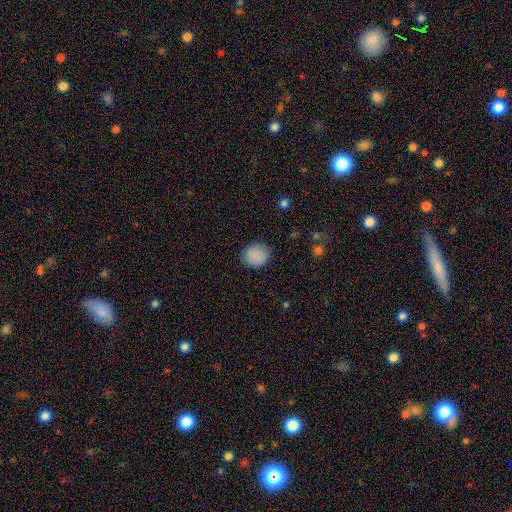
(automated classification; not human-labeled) Smooth or featured?
  - smooth: 88% *
  - star or artifact: 8%
  - featured or disk: 4%
How rounded?
  - round: 80% *
  - in between: 19%
  - cigar-shaped: 1%
Merging?
  - none: 87% *
  - minor disturbance: 9%
  - major disturbance: 3%
  - merger: 1%